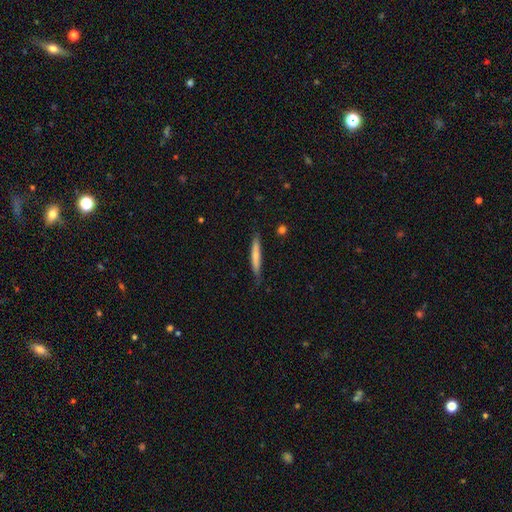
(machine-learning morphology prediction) Q: Smooth or featured?
A: smooth (68%); runner-up: featured or disk (27%)
Q: How rounded?
A: cigar-shaped (94%); runner-up: in between (5%)
Q: Merging?
A: none (77%); runner-up: minor disturbance (18%)